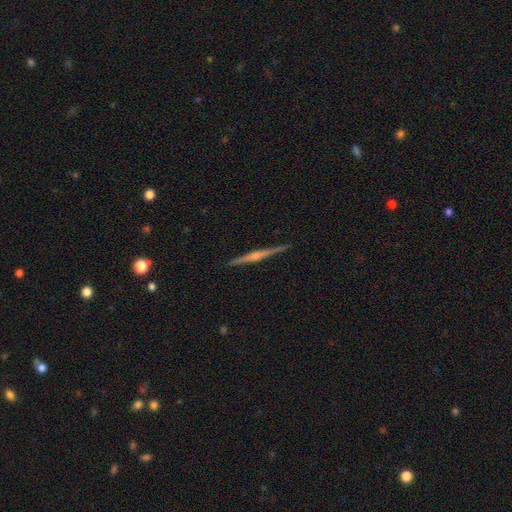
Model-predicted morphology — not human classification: This is likely a featured or disk galaxy (78%). It is clearly viewed edge-on (99%). Edge-on bulge: likely rounded (69%). Merging: clearly none (92%).